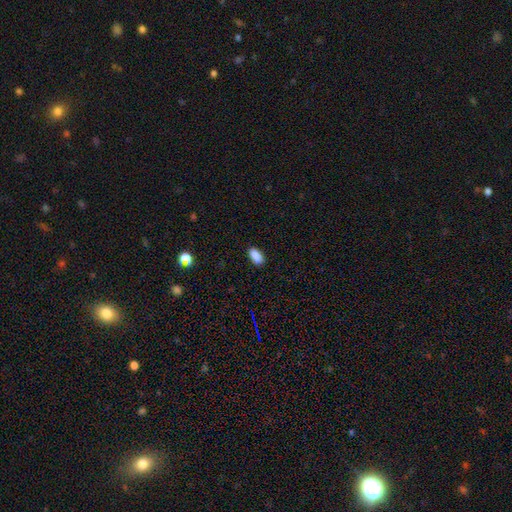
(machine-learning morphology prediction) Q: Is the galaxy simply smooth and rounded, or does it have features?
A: smooth — 88%.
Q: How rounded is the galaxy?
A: in between — 92%.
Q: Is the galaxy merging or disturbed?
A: none — 87%.